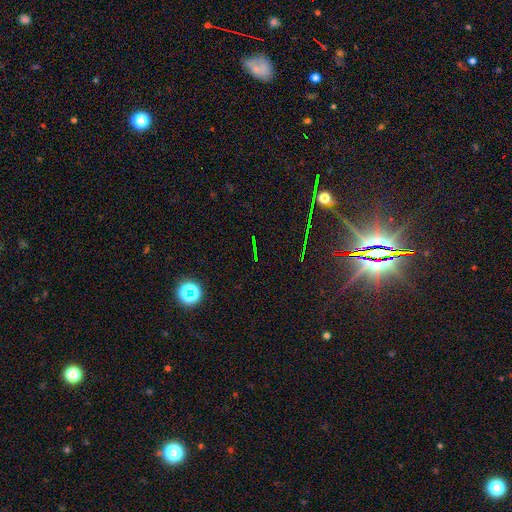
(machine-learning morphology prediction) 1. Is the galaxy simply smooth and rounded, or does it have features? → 79% star or artifact, 12% smooth, 10% featured or disk.